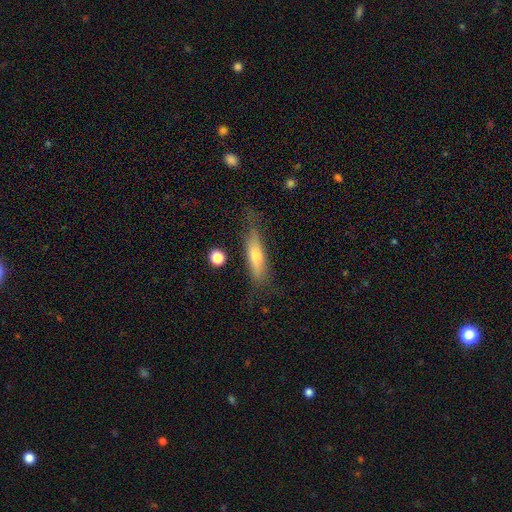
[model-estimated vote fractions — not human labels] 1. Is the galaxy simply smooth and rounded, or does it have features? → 57% smooth, 36% featured or disk, 7% star or artifact.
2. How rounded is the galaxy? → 72% cigar-shaped, 26% in between, 2% round.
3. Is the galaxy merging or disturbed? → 69% none, 21% minor disturbance, 7% major disturbance, 3% merger.